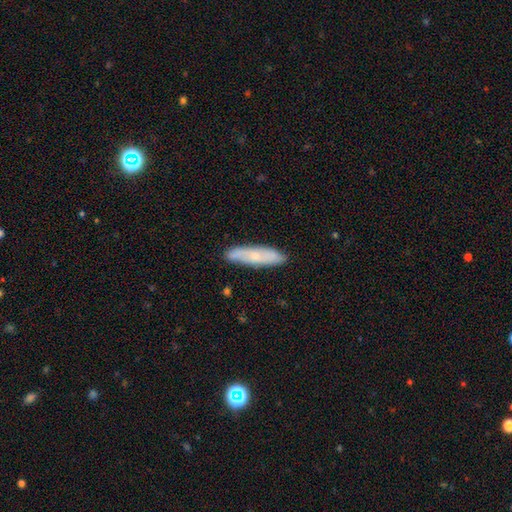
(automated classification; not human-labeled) Smooth or featured: smooth — 53% (featured or disk — 40%)
How rounded: cigar-shaped — 75% (in between — 23%)
Merging: none — 86% (minor disturbance — 11%)